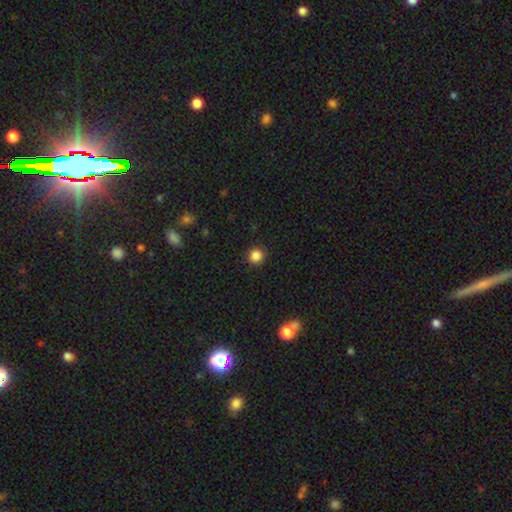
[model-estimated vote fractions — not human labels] A smooth galaxy with no disk features (86%) that is round (94%).

Vote fractions:
- Smooth or featured? smooth: 86% / star or artifact: 11% / featured or disk: 3%
- How rounded? round: 94% / in between: 5% / cigar-shaped: 1%
- Merging? none: 92% / minor disturbance: 5% / major disturbance: 2% / merger: 1%